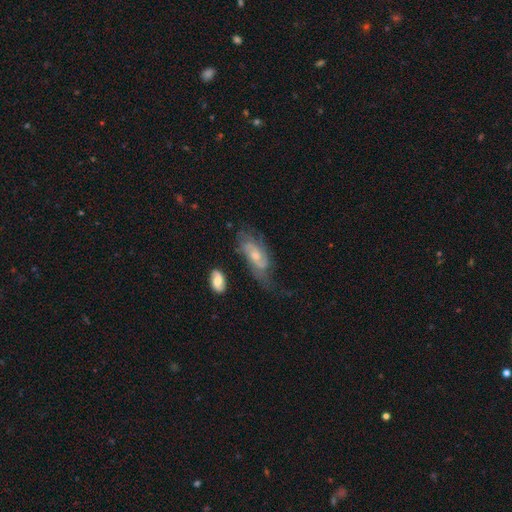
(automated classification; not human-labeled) A featured or disk galaxy (77%) with no bar (56%), 2 (61%) medium (44%) spiral arms (91%) and a moderate central bulge (48%).

Vote fractions:
- Smooth or featured? featured or disk: 77% / smooth: 16% / star or artifact: 7%
- Edge-on disk? no: 91% / yes: 9%
- Bar? no: 56% / weak: 37% / strong: 7%
- Spiral arms? yes: 91% / no: 9%
- Spiral winding? medium: 44% / tight: 35% / loose: 21%
- Spiral arm count? 2: 61% / can't tell: 23% / 3: 8% / 1: 4% / 4: 3% / more than 4: 2%
- Bulge size? moderate: 48% / small: 42% / none: 4% / large: 4% / dominant: 1%
- Merging? none: 51% / minor disturbance: 24% / major disturbance: 20% / merger: 6%